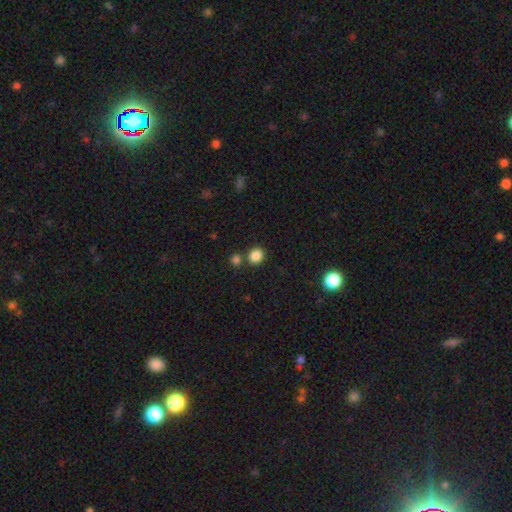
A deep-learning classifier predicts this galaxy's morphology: smooth 85%, star or artifact 11%, featured or disk 4%. Down the decision tree: how rounded — round (76%); merging — none (73%).